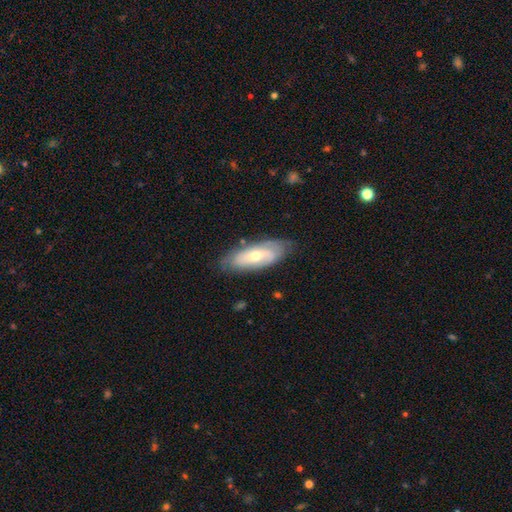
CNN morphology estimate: A featured or disk galaxy (58%).

Vote fractions:
- Smooth or featured? featured or disk: 58% / smooth: 35% / star or artifact: 6%
- Edge-on disk? no: 83% / yes: 17%
- Merging? none: 74% / minor disturbance: 19% / major disturbance: 5% / merger: 2%